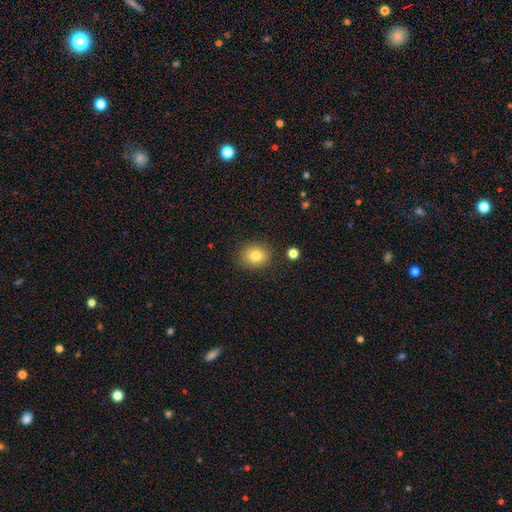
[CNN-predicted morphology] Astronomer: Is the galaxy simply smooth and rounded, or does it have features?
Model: smooth — 82%.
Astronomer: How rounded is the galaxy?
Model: round — 60% (runner-up: in between, 40%).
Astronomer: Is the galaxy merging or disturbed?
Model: none — 84%.